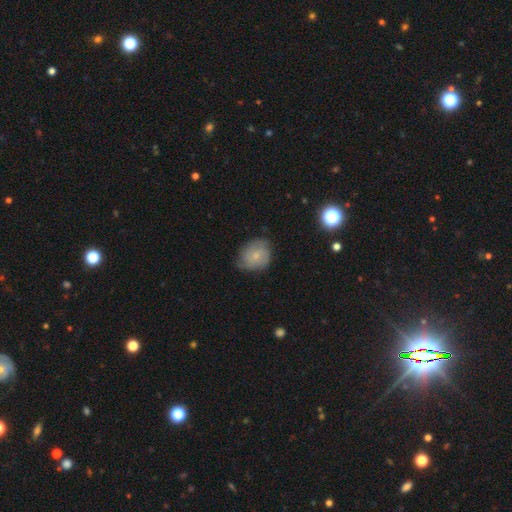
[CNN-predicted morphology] Smooth or featured: smooth — 53% (featured or disk — 39%)
How rounded: round — 62% (in between — 37%)
Merging: none — 63% (minor disturbance — 29%)